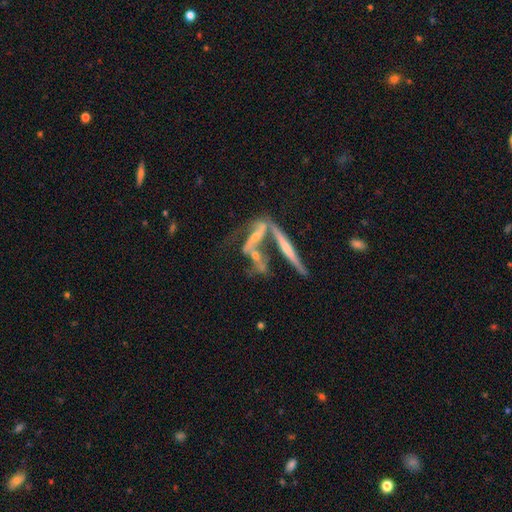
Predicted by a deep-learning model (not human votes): smooth-or-featured: featured or disk: 68% | smooth: 22% | star or artifact: 10%
  disk-edge-on: yes: 53% | no: 47%
  merging: merger: 47% | none: 30% | major disturbance: 12% | minor disturbance: 12%